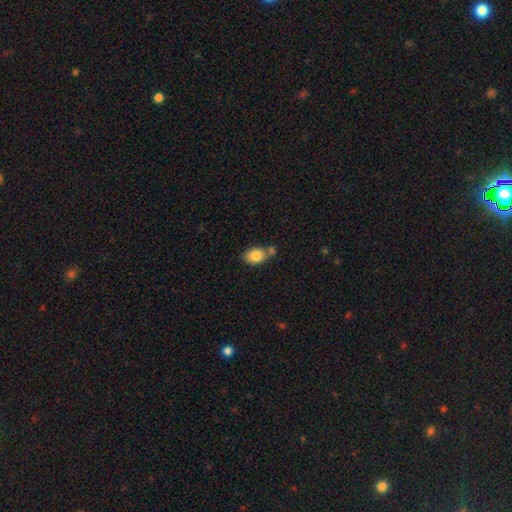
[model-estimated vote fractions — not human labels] Overall: smooth (83%). How rounded: in between (78%). Merging: none (54%; merger 25%).